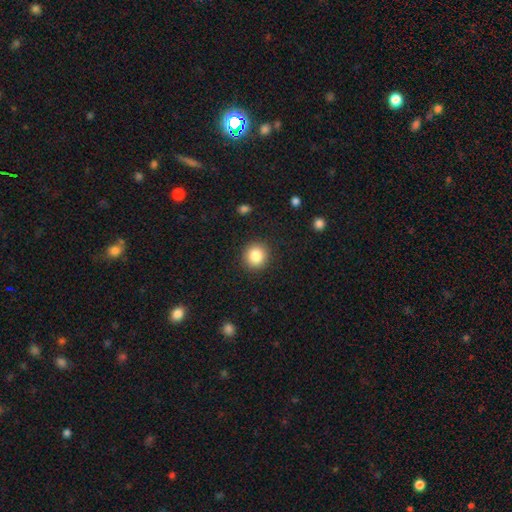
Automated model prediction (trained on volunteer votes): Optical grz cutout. It shows a smooth galaxy with no disk features (84%) that is round (90%). Merging: none (90%).